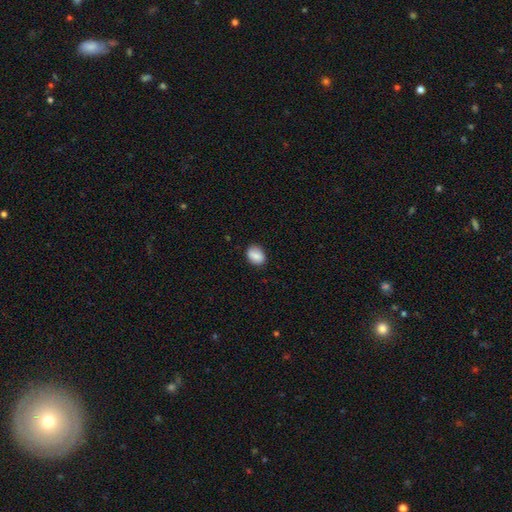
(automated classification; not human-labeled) This appears to be a smooth galaxy with no disk features (85%) that is in between round and cigar-shaped (65%). Merging: none (84%).